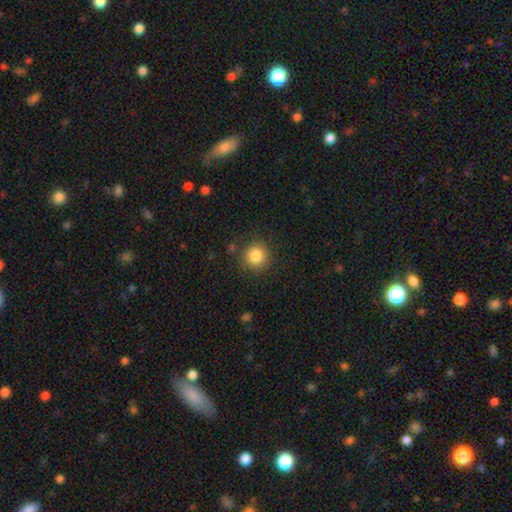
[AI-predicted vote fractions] Smooth or featured?
  - smooth: 84% *
  - star or artifact: 11%
  - featured or disk: 6%
How rounded?
  - round: 93% *
  - in between: 6%
  - cigar-shaped: 1%
Merging?
  - none: 87% *
  - minor disturbance: 8%
  - major disturbance: 3%
  - merger: 2%